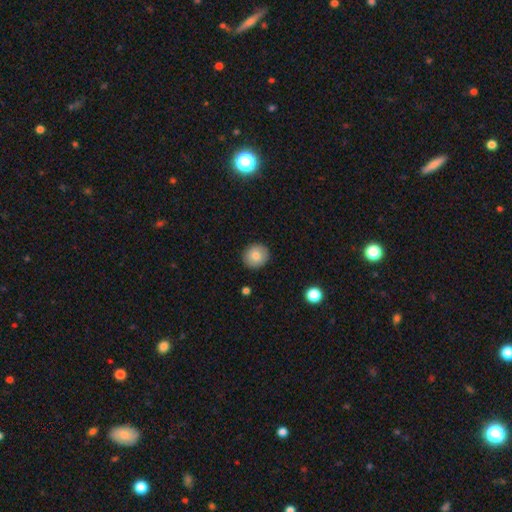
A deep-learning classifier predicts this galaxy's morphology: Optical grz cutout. It shows a smooth galaxy with no disk features (82%) that is round (87%). Merging: none (91%).